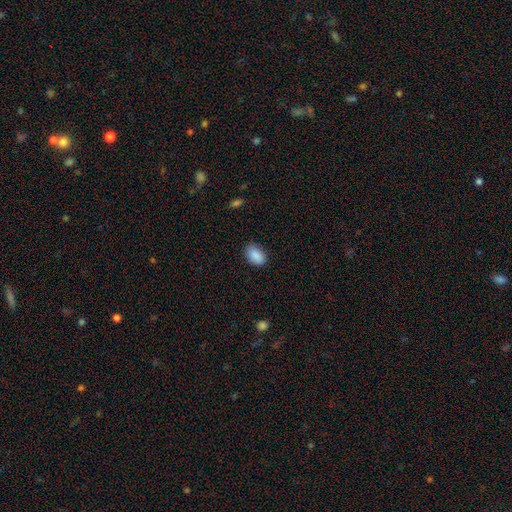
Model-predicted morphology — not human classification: Smooth or featured?
  - smooth: 89% *
  - star or artifact: 7%
  - featured or disk: 4%
How rounded?
  - in between: 88% *
  - round: 11%
  - cigar-shaped: 1%
Merging?
  - none: 80% *
  - minor disturbance: 16%
  - major disturbance: 3%
  - merger: 1%